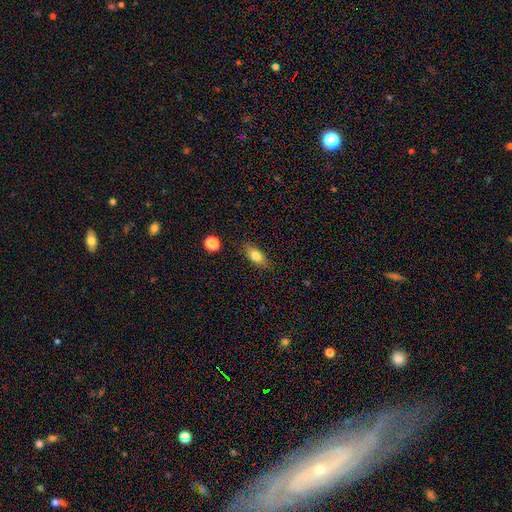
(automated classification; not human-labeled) Smooth or featured? smooth (77%)
How rounded? in between (78%)
Merging? none (84%)